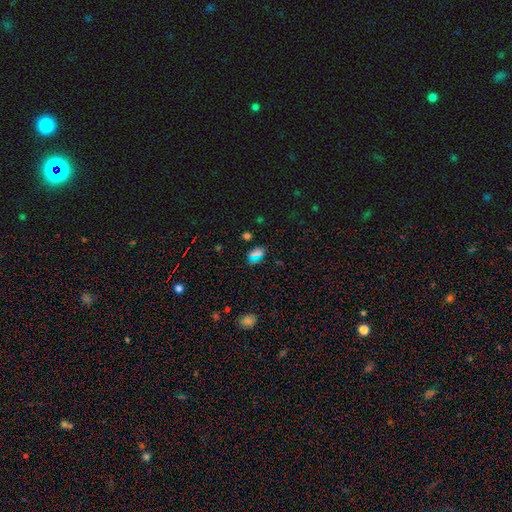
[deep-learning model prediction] Overall: smooth (60%; star or artifact 33%). How rounded: in between (72%). Merging: none (75%).